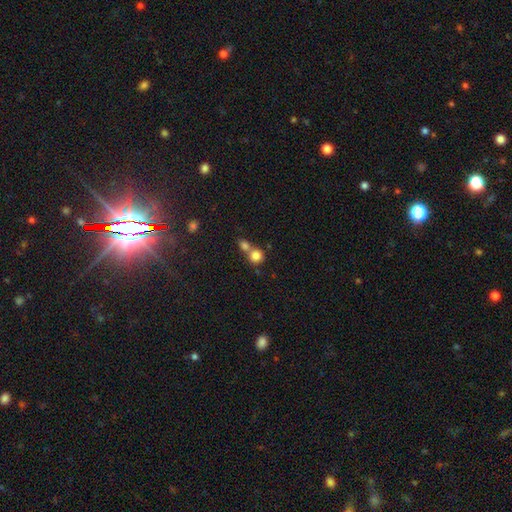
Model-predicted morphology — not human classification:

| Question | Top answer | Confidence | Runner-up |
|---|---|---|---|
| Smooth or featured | smooth | 81% | star or artifact (10%) |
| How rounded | round | 87% | in between (12%) |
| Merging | merger | 53% | none (38%) |